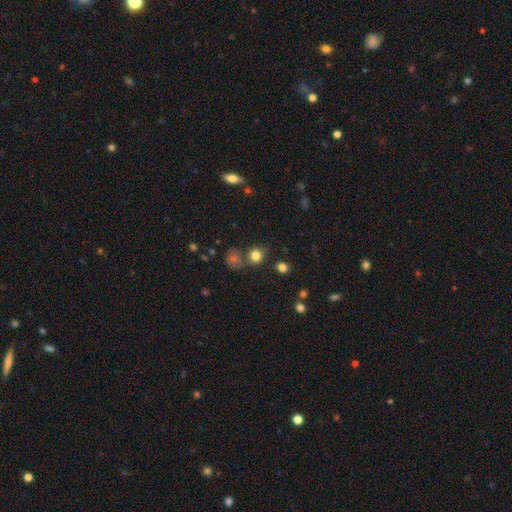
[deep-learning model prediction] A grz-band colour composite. It shows a smooth galaxy with no disk features (80%) that is round (81%). Merging: none (68%).